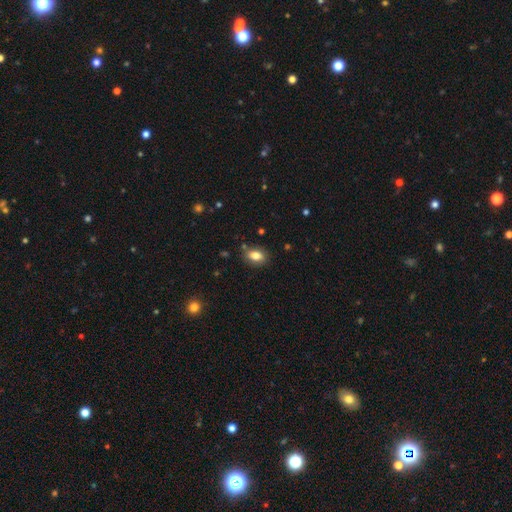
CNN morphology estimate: The model was most divided on "how rounded": in between: 81%, round: 17%, cigar-shaped: 2%. More confident: merging — none (83%); smooth or featured — smooth (81%).